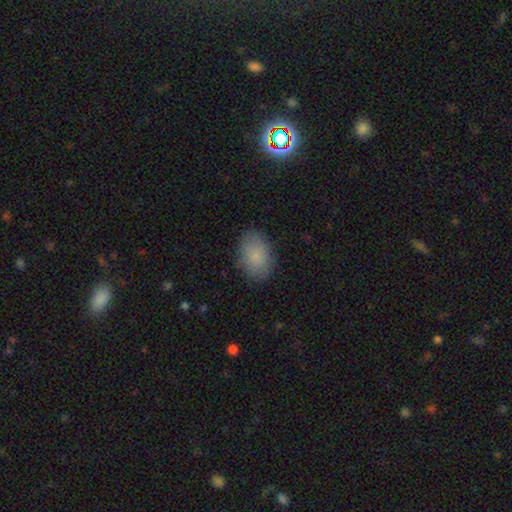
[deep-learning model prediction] This is clearly a smooth galaxy (85%). How rounded: clearly in between (82%). Merging: clearly none (84%).